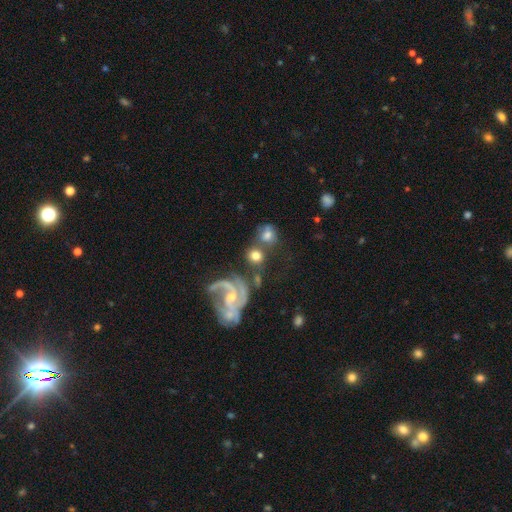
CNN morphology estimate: This is possibly a smooth galaxy (60%). How rounded: clearly round (82%). Merging: possibly none (58%).